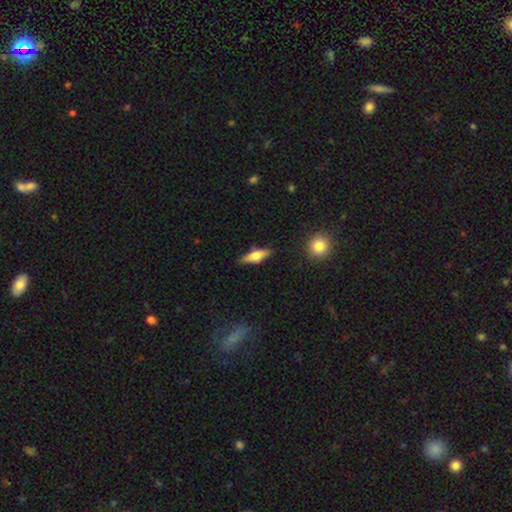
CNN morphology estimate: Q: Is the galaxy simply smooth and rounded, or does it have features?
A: smooth — 49%.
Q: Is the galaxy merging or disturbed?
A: none — 84%.